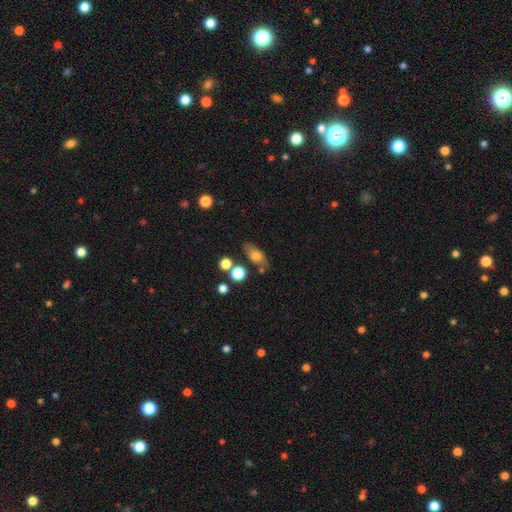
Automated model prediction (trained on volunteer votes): This is likely a smooth galaxy (70%). How rounded: likely in between (78%). Merging: likely none (69%).